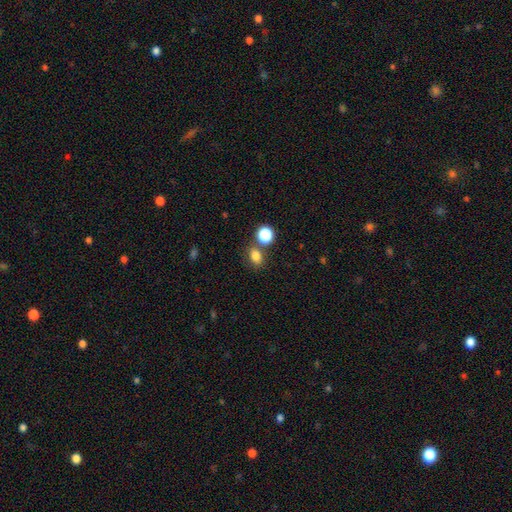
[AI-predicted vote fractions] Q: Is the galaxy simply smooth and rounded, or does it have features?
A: smooth — 79%.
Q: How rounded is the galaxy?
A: in between — 57%.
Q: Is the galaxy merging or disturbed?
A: none — 70%.